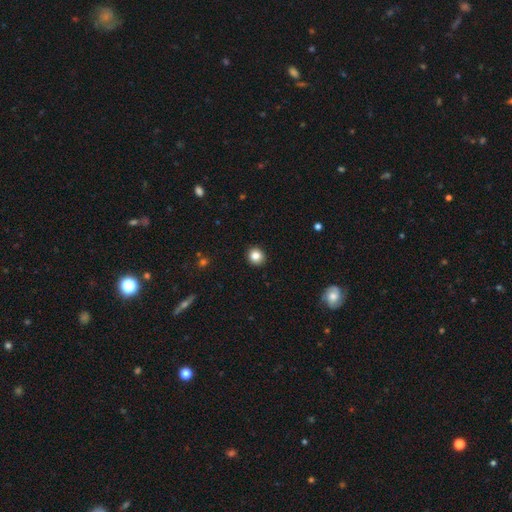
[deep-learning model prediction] smooth-or-featured: smooth: 84% | star or artifact: 10% | featured or disk: 6%
  how-rounded: round: 83% | in between: 16% | cigar-shaped: 1%
  merging: none: 92% | minor disturbance: 5% | major disturbance: 2% | merger: 1%